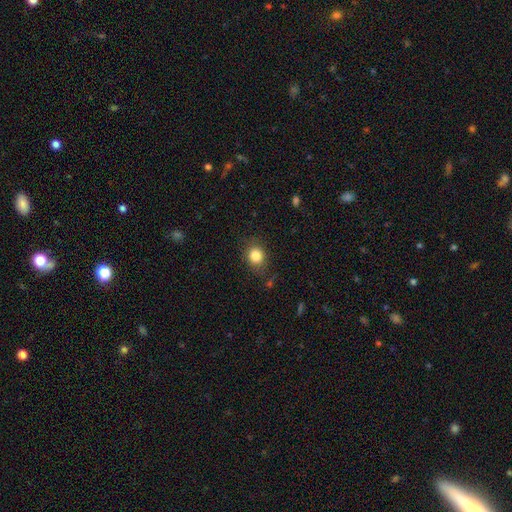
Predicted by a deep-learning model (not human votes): smooth 83%, star or artifact 10%, featured or disk 7%. Down the decision tree: how rounded — round (64%); merging — none (79%).